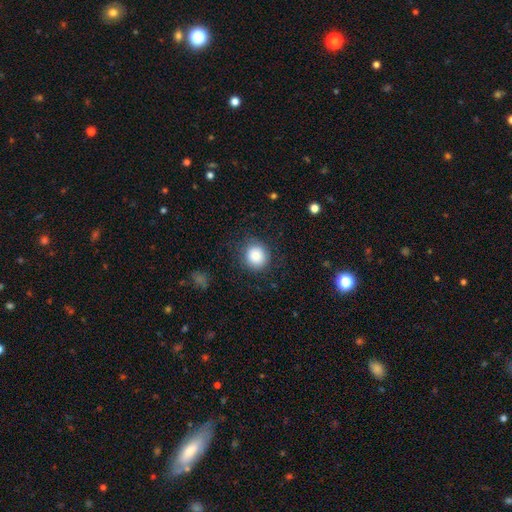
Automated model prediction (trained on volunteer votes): Smooth or featured? smooth (85%)
How rounded? round (89%)
Merging? none (84%)